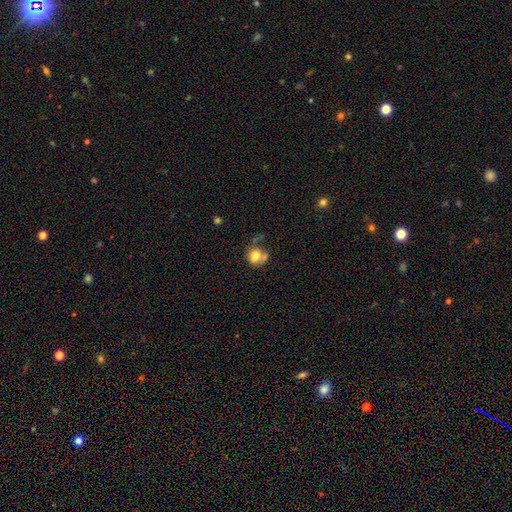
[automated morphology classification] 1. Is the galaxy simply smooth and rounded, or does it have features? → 75% smooth, 16% featured or disk, 9% star or artifact.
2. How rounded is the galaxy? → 75% round, 24% in between, 1% cigar-shaped.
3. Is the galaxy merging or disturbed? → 38% none, 27% merger, 21% minor disturbance, 13% major disturbance.